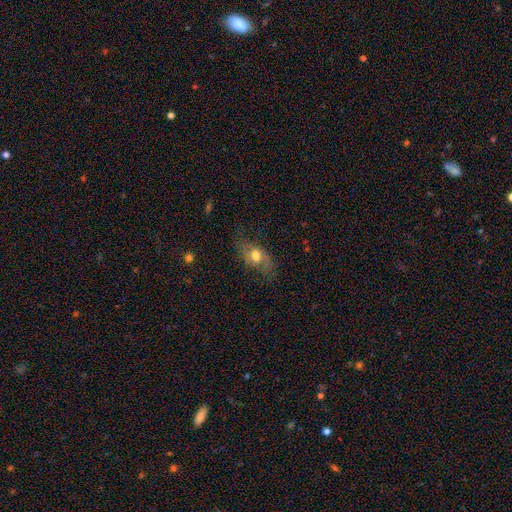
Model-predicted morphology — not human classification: Smooth or featured: smooth — 46% (featured or disk — 45%)
Merging: none — 65% (minor disturbance — 22%)